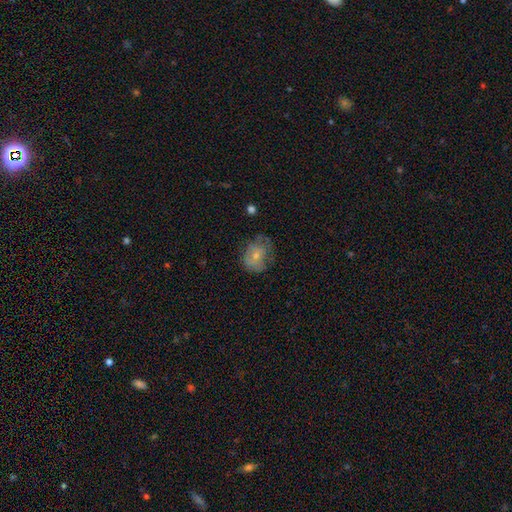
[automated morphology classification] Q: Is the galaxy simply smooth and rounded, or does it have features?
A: smooth — 57%.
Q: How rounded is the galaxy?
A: round — 52%.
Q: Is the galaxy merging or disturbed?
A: none — 49%.